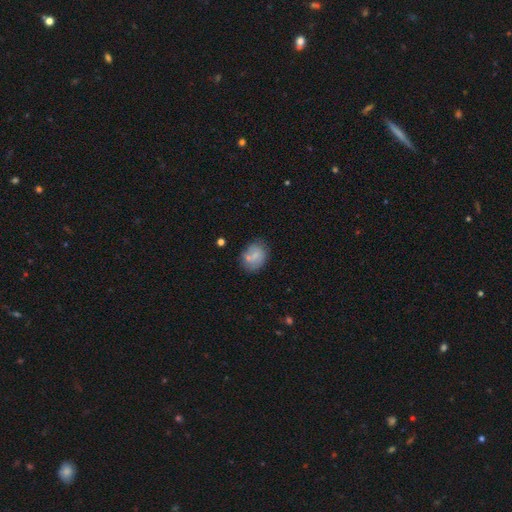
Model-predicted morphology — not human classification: Smooth or featured? smooth (70%)
How rounded? in between (59%)
Merging? none (62%)